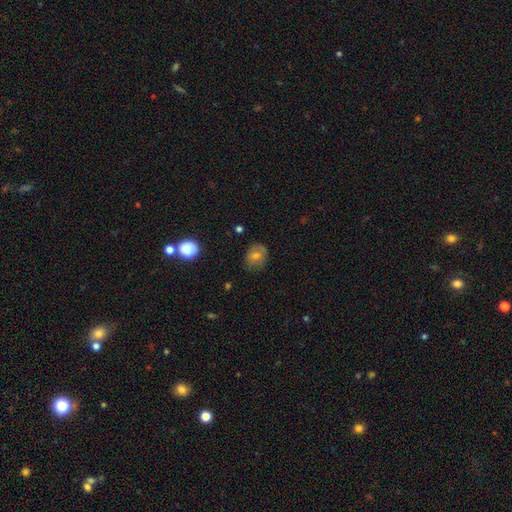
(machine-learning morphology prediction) Smooth or featured? Predicted: smooth (p=0.63). How rounded? Predicted: round (p=0.70). Merging? Predicted: none (p=0.76).